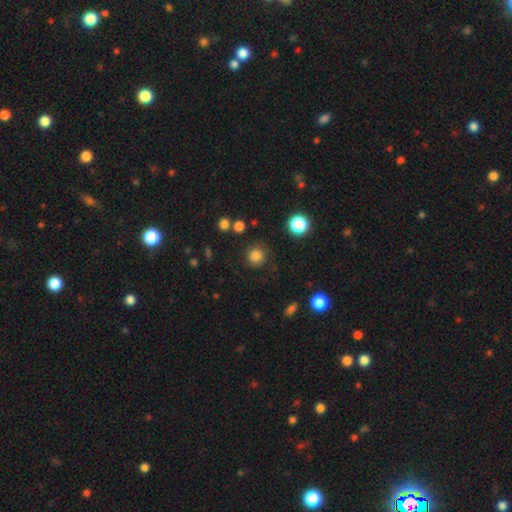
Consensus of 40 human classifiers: This appears to be a smooth galaxy with no disk features (90%) that is round (94%). Merging: none (81%).